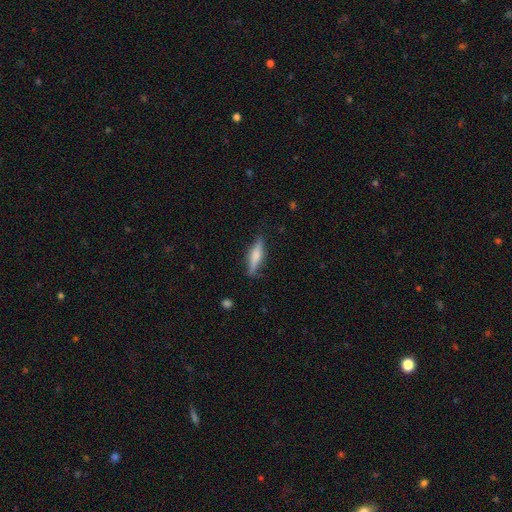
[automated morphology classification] This appears to be a smooth galaxy with no disk features (55%) that is cigar-shaped (74%). Merging: none (84%).